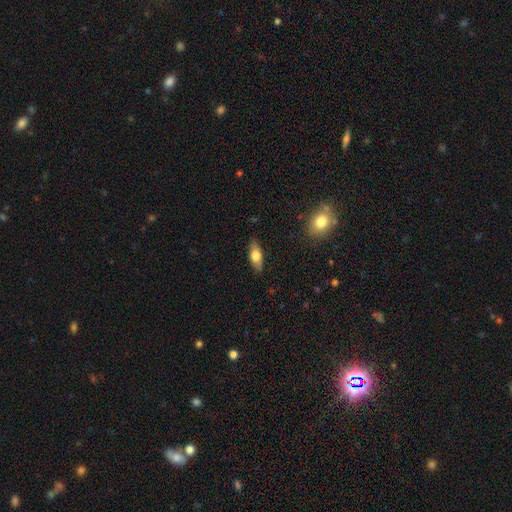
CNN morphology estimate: Overall: smooth (66%; featured or disk 27%). How rounded: in between (75%). Merging: none (86%).